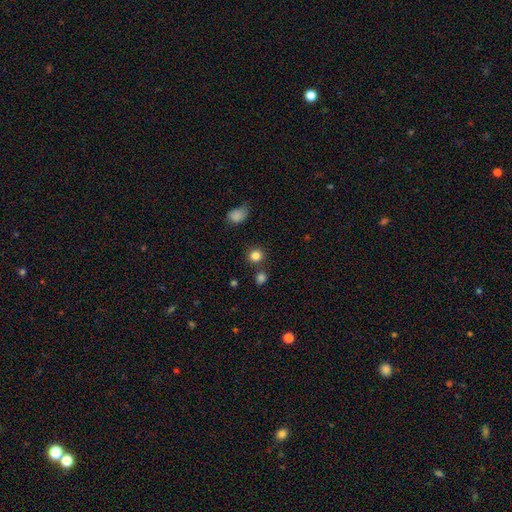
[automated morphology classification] A smooth galaxy with no disk features (83%) that is round (89%).

Vote fractions:
- Smooth or featured? smooth: 83% / star or artifact: 13% / featured or disk: 4%
- How rounded? round: 89% / in between: 10% / cigar-shaped: 1%
- Merging? none: 80% / merger: 9% / minor disturbance: 8% / major disturbance: 3%